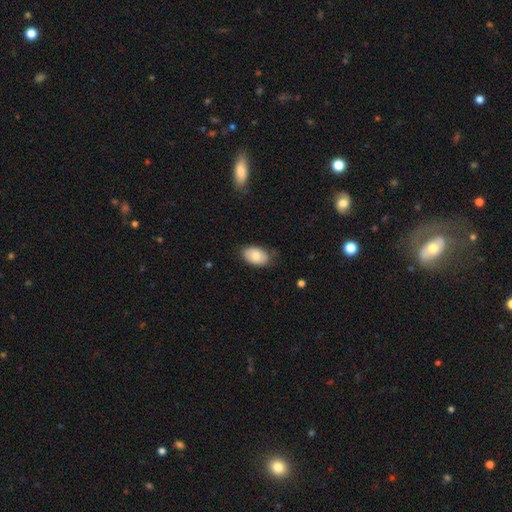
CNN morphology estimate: A smooth galaxy with no disk features (78%) that is in between round and cigar-shaped (92%).

Vote fractions:
- Smooth or featured? smooth: 78% / featured or disk: 16% / star or artifact: 7%
- How rounded? in between: 92% / round: 7% / cigar-shaped: 1%
- Merging? none: 74% / minor disturbance: 21% / major disturbance: 4% / merger: 1%